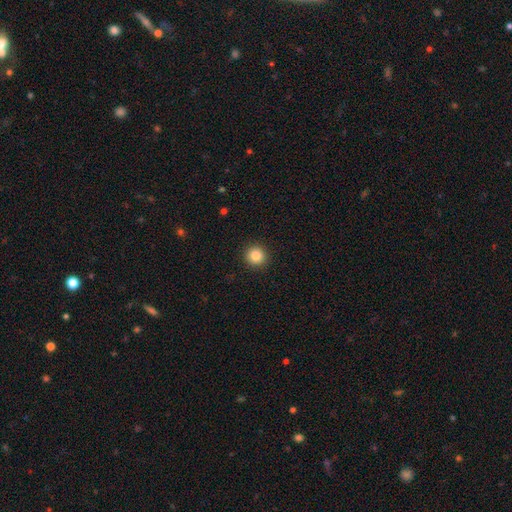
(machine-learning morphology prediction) Q: Smooth or featured?
A: smooth (85%); runner-up: star or artifact (10%)
Q: How rounded?
A: round (95%); runner-up: in between (4%)
Q: Merging?
A: none (93%); runner-up: minor disturbance (4%)